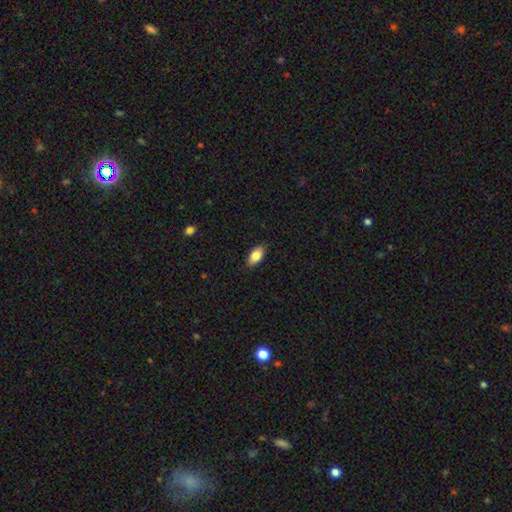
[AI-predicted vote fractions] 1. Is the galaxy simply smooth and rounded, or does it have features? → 83% smooth, 10% featured or disk, 7% star or artifact.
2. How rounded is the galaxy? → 90% in between, 6% cigar-shaped, 3% round.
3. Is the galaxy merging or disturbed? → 87% none, 10% minor disturbance, 2% major disturbance, 1% merger.